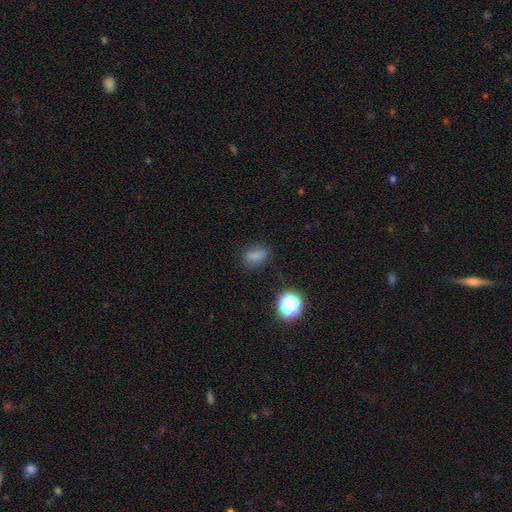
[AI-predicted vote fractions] smooth_or_featured: smooth (p=0.76) [alt: star or artifact p=0.16]
how_rounded: in between (p=0.75) [alt: round p=0.20]
merging: none (p=0.76) [alt: minor disturbance p=0.17]